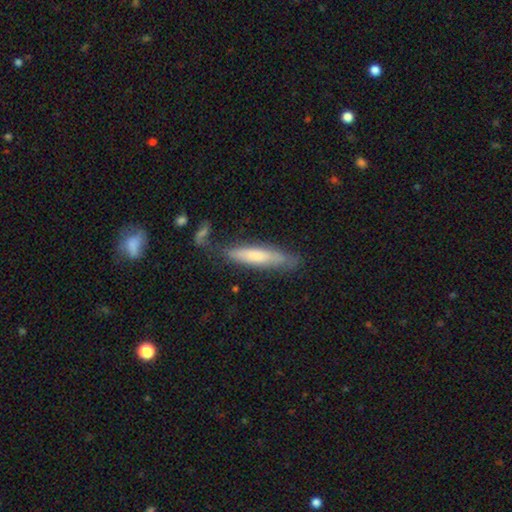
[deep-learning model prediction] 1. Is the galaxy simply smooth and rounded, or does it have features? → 65% smooth, 29% featured or disk, 6% star or artifact.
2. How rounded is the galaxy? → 84% cigar-shaped, 14% in between, 1% round.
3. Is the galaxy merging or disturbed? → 66% none, 21% minor disturbance, 7% merger, 6% major disturbance.